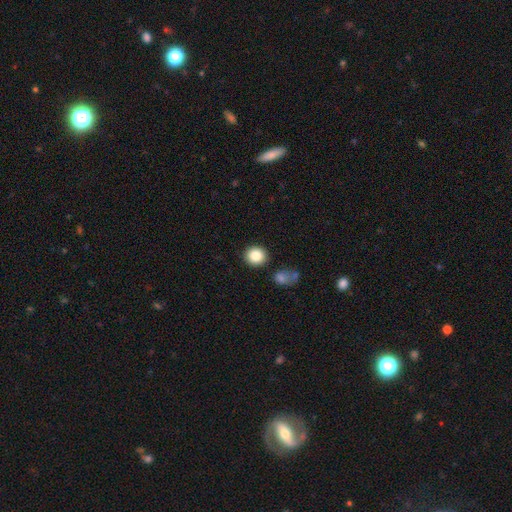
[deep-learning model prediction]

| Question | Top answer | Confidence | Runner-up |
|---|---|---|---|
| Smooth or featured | smooth | 86% | star or artifact (9%) |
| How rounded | round | 84% | in between (15%) |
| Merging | none | 85% | minor disturbance (8%) |